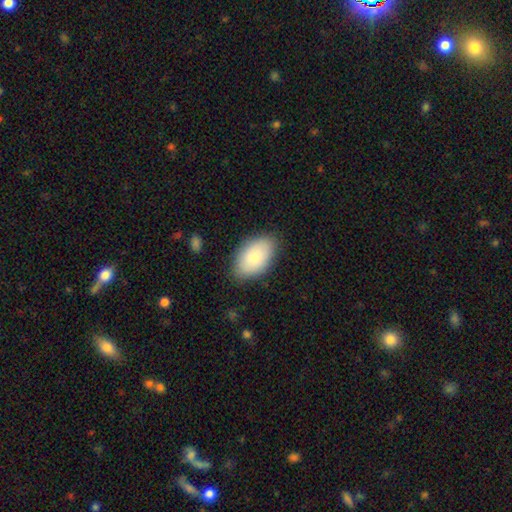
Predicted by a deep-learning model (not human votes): Smooth or featured? Predicted: smooth (p=0.84). How rounded? Predicted: in between (p=0.94). Merging? Predicted: none (p=0.83).